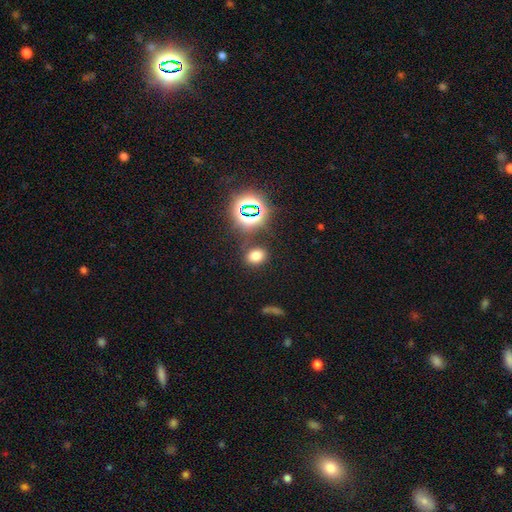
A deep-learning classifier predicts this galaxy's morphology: Smooth or featured? Predicted: smooth (p=0.70). How rounded? Predicted: in between (p=0.56). Merging? Predicted: none (p=0.78).